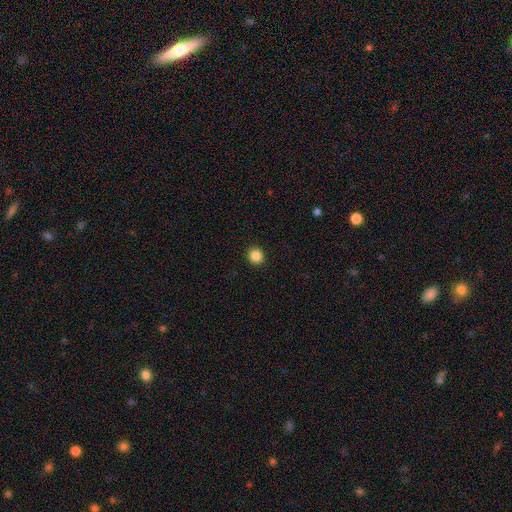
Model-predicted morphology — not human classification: smooth_or_featured: smooth (p=0.87) [alt: star or artifact p=0.10]
how_rounded: round (p=0.90) [alt: in between p=0.09]
merging: none (p=0.93) [alt: minor disturbance p=0.05]